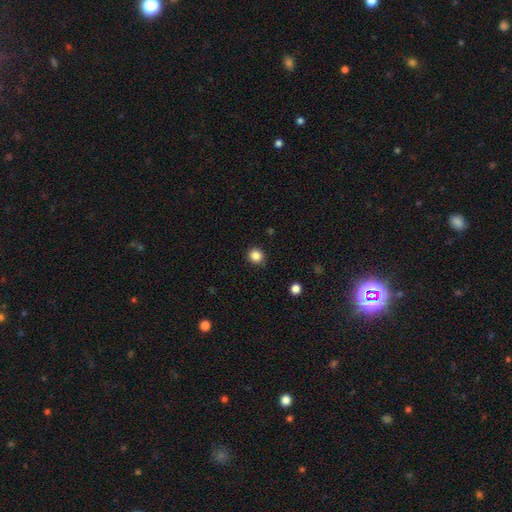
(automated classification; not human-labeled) Morphology: type=smooth (85%); roundness=round (90%); merging=none (88%).